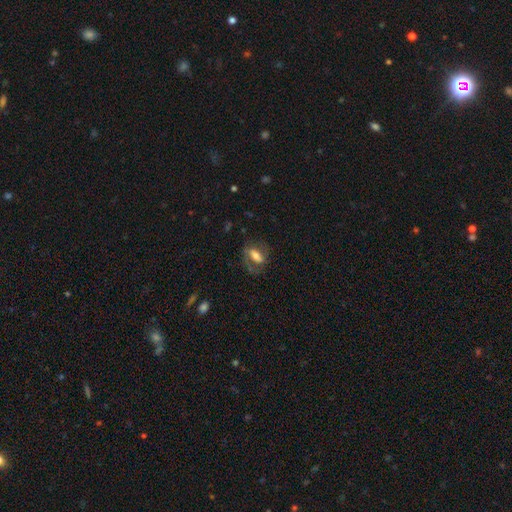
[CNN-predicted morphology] The model was most divided on "smooth or featured": featured or disk: 53%, smooth: 40%, star or artifact: 7%. More confident: edge-on disk — no (91%); merging — none (60%).